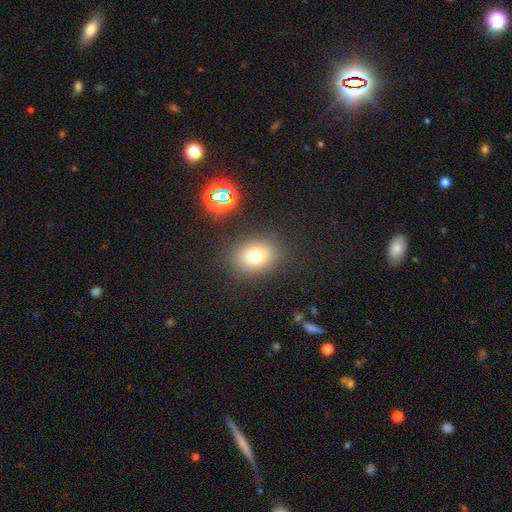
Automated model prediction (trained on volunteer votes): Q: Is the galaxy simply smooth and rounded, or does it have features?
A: smooth — 73%.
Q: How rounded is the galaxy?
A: in between — 53%.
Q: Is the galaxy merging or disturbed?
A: none — 84%.